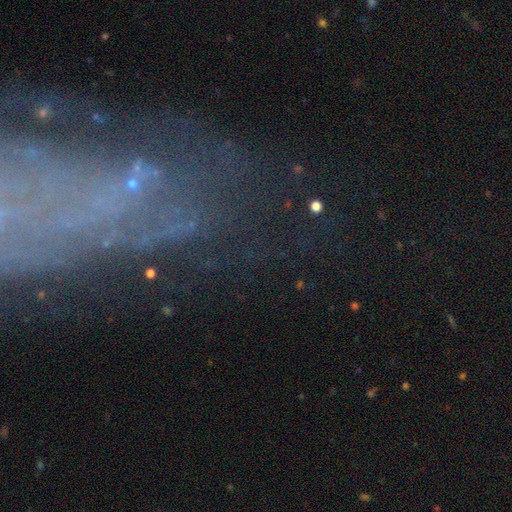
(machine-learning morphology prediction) featured or disk 50%, star or artifact 32%, smooth 17%. Down the decision tree: edge-on disk — no (81%); merging — none (55%).